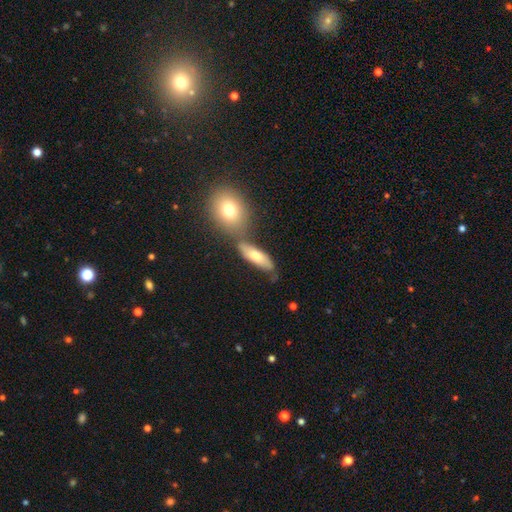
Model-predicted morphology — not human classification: This is likely a smooth galaxy (65%). How rounded: likely in between (65%). Merging: possibly none (57%).